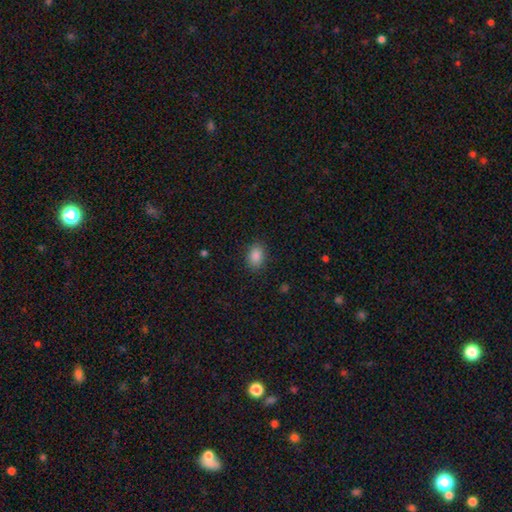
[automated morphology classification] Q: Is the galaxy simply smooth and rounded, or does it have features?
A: smooth — 87%.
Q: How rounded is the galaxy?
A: in between — 78%.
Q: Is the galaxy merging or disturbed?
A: none — 87%.